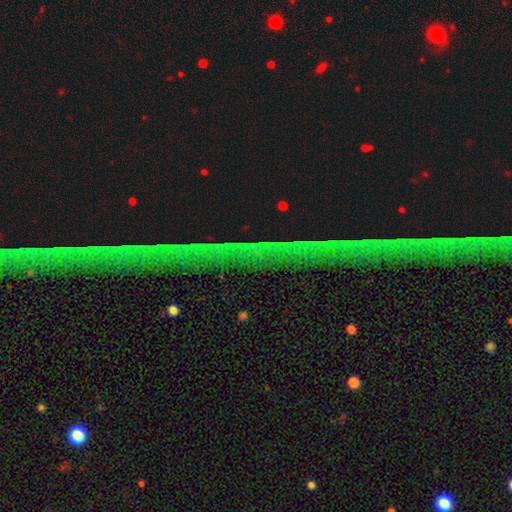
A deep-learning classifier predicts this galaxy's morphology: type=star or artifact (86%).